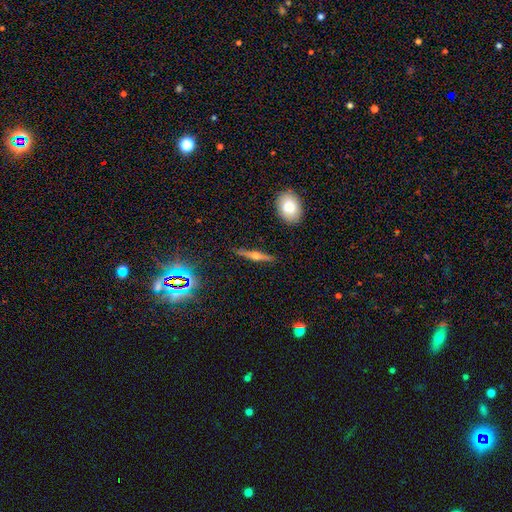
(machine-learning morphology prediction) Smooth or featured? Predicted: featured or disk (p=0.67). Edge-on disk? Predicted: yes (p=0.96). Edge-on bulge? Predicted: rounded (p=0.93). Merging? Predicted: none (p=0.88).